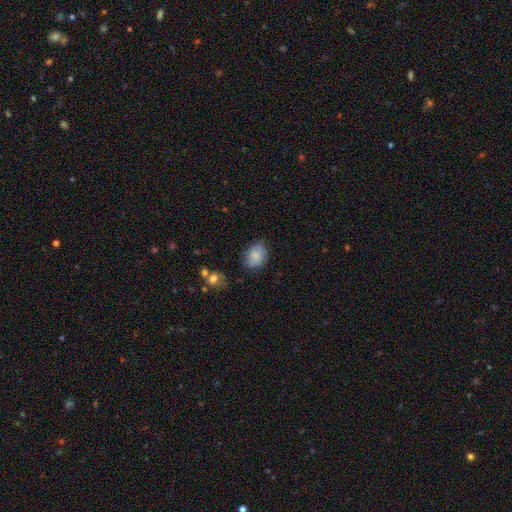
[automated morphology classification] smooth 82%, featured or disk 10%, star or artifact 8%. Down the decision tree: how rounded — in between (64%); merging — none (73%).